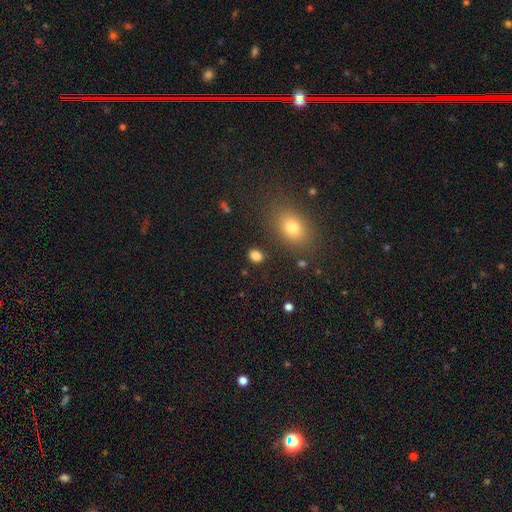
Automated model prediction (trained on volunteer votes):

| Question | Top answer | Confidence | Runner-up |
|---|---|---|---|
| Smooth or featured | smooth | 83% | star or artifact (12%) |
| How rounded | in between | 53% | round (46%) |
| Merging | none | 84% | minor disturbance (9%) |